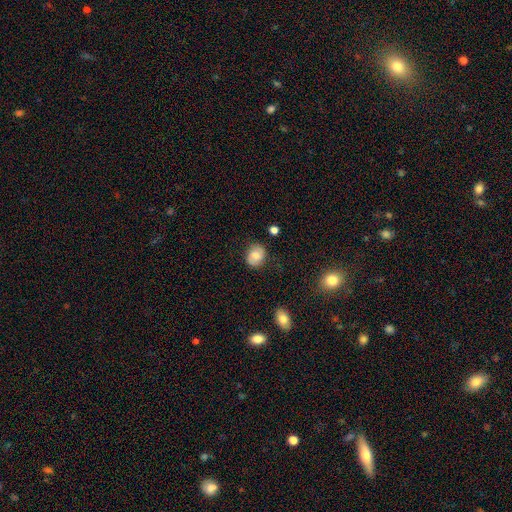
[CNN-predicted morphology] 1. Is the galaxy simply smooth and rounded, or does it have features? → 76% smooth, 15% featured or disk, 9% star or artifact.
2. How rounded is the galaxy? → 51% round, 48% in between, 1% cigar-shaped.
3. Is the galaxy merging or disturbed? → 78% none, 16% minor disturbance, 4% major disturbance, 2% merger.